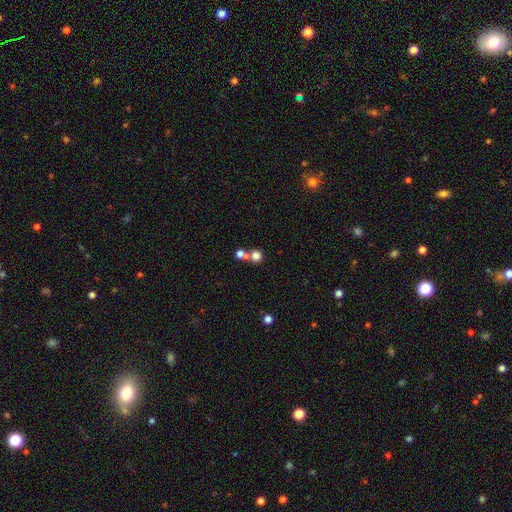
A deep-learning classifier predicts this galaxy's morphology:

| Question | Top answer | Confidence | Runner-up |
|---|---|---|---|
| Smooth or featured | smooth | 78% | star or artifact (14%) |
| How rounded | round | 88% | in between (11%) |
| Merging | none | 52% | merger (39%) |